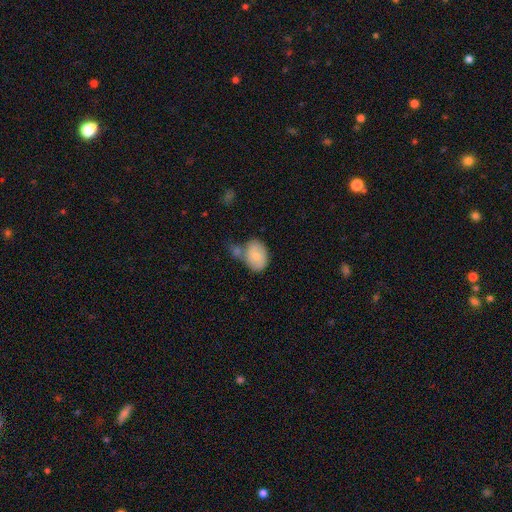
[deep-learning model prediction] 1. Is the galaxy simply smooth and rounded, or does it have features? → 69% smooth, 25% featured or disk, 6% star or artifact.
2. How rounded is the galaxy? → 73% in between, 26% round, 1% cigar-shaped.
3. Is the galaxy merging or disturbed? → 42% none, 32% merger, 19% minor disturbance, 6% major disturbance.